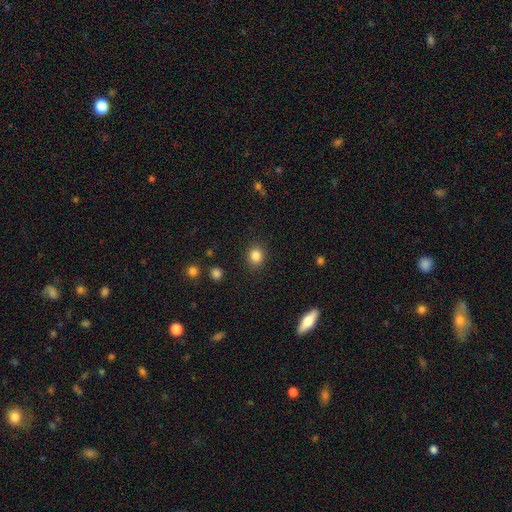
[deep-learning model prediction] A smooth galaxy with no disk features (85%) that is round (72%). Merging: none (89%).